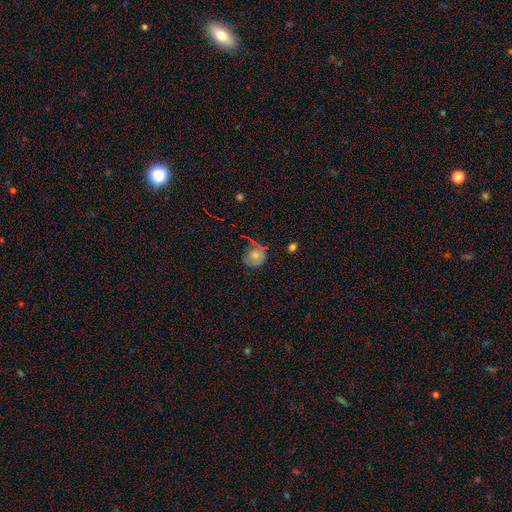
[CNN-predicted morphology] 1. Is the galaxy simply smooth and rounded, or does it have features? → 62% smooth, 23% featured or disk, 15% star or artifact.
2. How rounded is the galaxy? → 81% round, 18% in between, 1% cigar-shaped.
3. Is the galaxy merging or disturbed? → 62% none, 24% minor disturbance, 10% major disturbance, 4% merger.